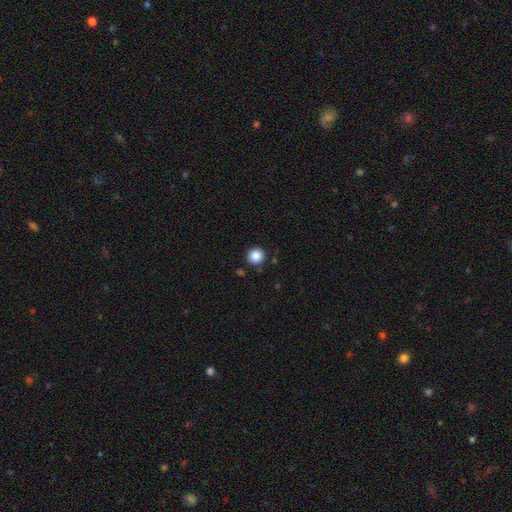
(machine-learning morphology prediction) smooth-or-featured: smooth: 86% | star or artifact: 11% | featured or disk: 3%
  how-rounded: round: 95% | in between: 4% | cigar-shaped: 1%
  merging: none: 89% | minor disturbance: 7% | major disturbance: 2% | merger: 2%